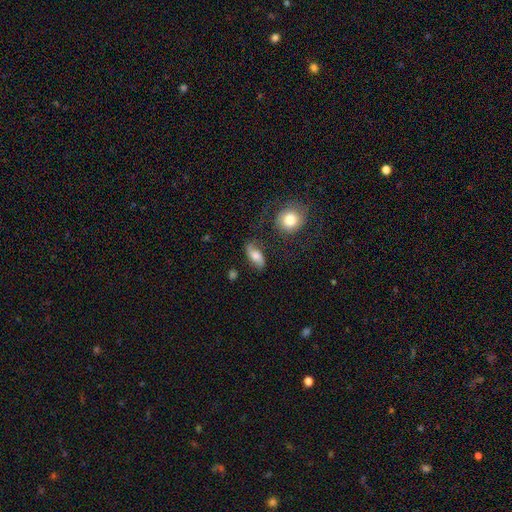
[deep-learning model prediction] Overall: featured or disk (47%; smooth 44%). Merging: none (69%).